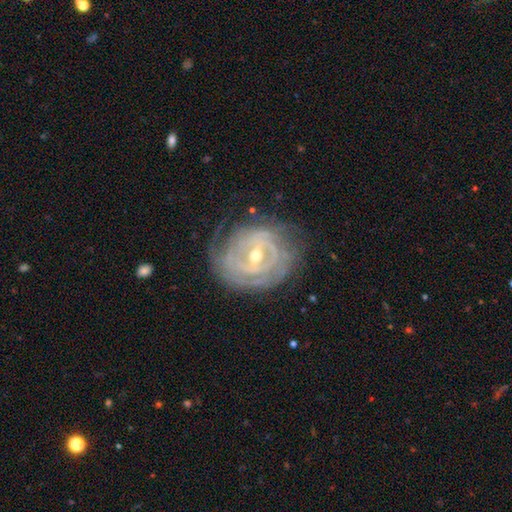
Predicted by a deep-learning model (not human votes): smooth_or_featured: featured or disk (p=0.88) [alt: smooth p=0.07]
disk_edge_on: no (p=0.96) [alt: yes p=0.04]
bar: weak (p=0.46) [alt: strong p=0.34]
has_spiral_arms: yes (p=0.92) [alt: no p=0.08]
spiral_winding: tight (p=0.79) [alt: medium p=0.17]
spiral_arm_count: can't tell (p=0.40) [alt: 2 p=0.22]
bulge_size: moderate (p=0.52) [alt: small p=0.45]
merging: none (p=0.72) [alt: minor disturbance p=0.18]